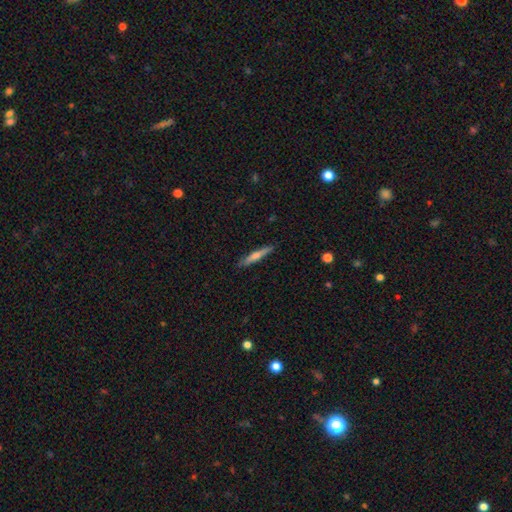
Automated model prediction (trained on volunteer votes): Smooth or featured? featured or disk (51%)
Edge-on disk? yes (96%)
Merging? none (90%)